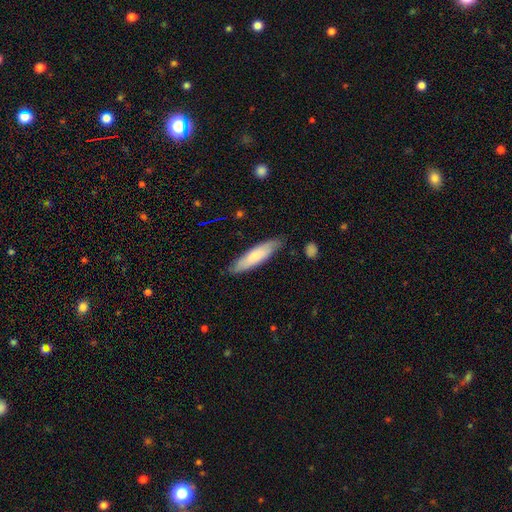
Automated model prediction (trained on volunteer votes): Overall: smooth (71%). How rounded: cigar-shaped (70%). Merging: none (81%).